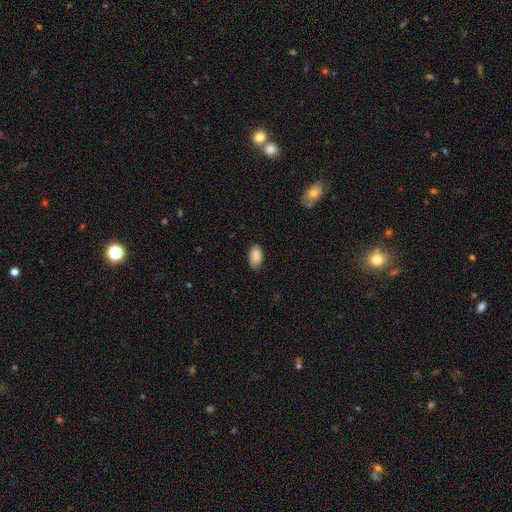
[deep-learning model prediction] Smooth or featured? Predicted: smooth (p=0.89). How rounded? Predicted: in between (p=0.95). Merging? Predicted: none (p=0.85).